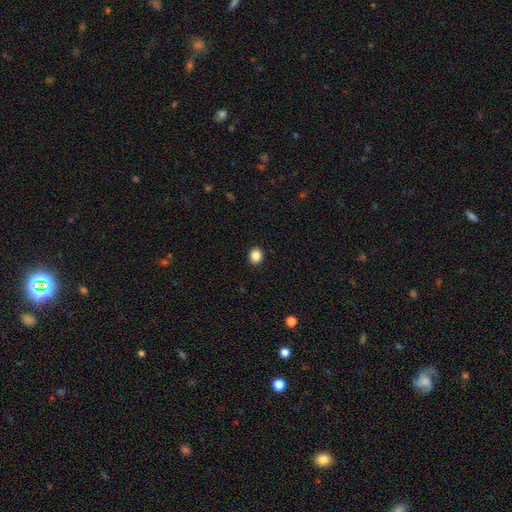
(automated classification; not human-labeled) Overall: smooth (87%). How rounded: round (83%). Merging: none (93%).